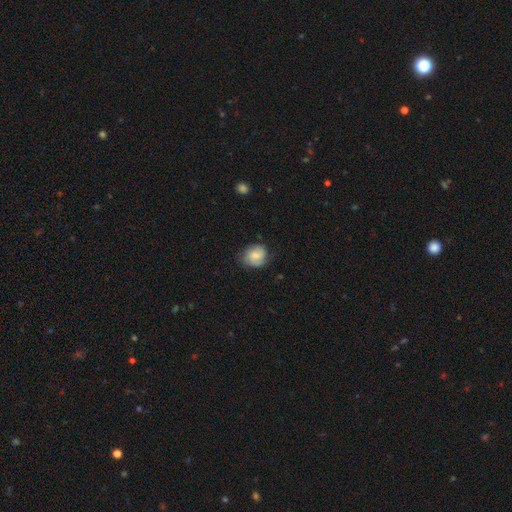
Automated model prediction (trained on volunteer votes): Overall: smooth (64%; featured or disk 29%). How rounded: round (70%). Merging: none (72%).